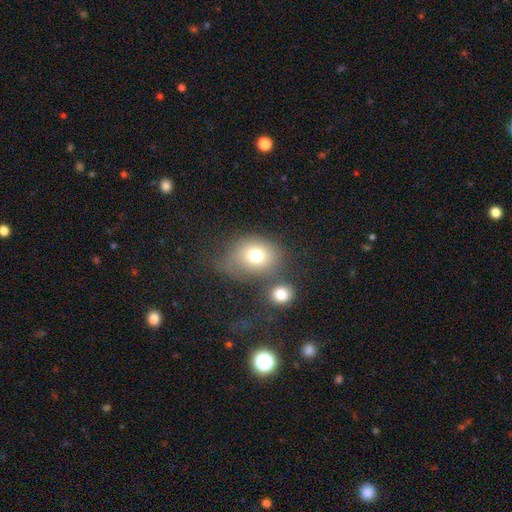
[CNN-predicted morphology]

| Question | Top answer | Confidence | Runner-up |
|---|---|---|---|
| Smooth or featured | smooth | 73% | featured or disk (15%) |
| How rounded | round | 50% | in between (49%) |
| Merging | none | 44% | merger (22%) |